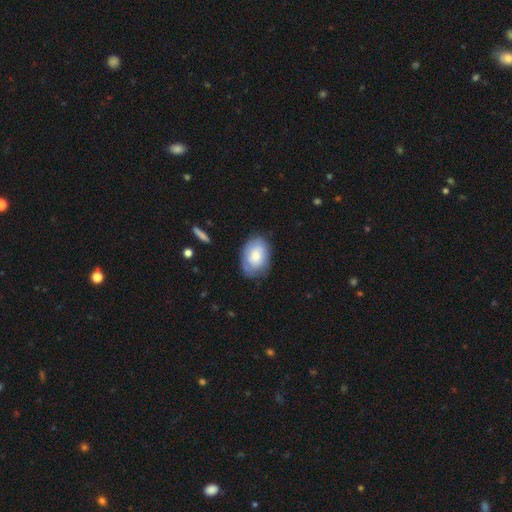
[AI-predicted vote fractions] Smooth or featured: smooth — 67% (featured or disk — 26%)
How rounded: in between — 81% (round — 17%)
Merging: none — 71% (minor disturbance — 22%)